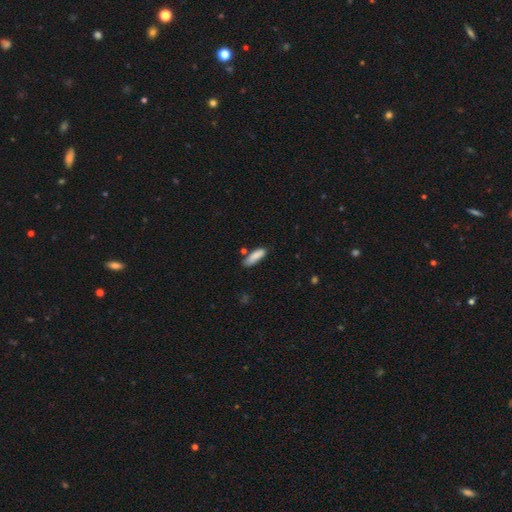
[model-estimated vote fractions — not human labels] Smooth or featured?
  - smooth: 86% *
  - featured or disk: 8%
  - star or artifact: 7%
How rounded?
  - cigar-shaped: 50% *
  - in between: 48%
  - round: 2%
Merging?
  - none: 71% *
  - minor disturbance: 20%
  - merger: 6%
  - major disturbance: 4%